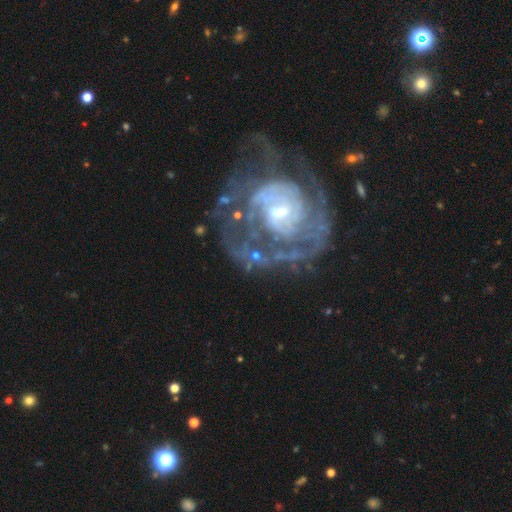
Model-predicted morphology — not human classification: The model was most divided on "bar": weak: 41%, no: 40%, strong: 19%. Remaining: edge-on disk — no (97%); spiral arms — yes (93%); smooth or featured — featured or disk (83%); bulge size — small (62%); merging — none (58%); spiral winding — tight (57%); spiral arm count — can't tell (30%).